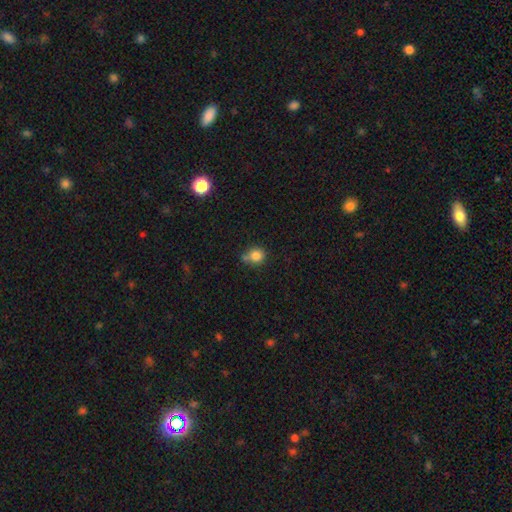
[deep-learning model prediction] Overall: smooth (83%). How rounded: round (87%). Merging: none (59%; merger 21%).